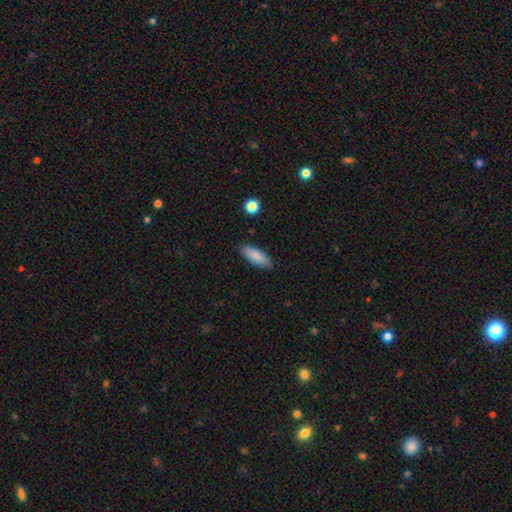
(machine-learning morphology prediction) Overall: smooth (87%). How rounded: in between (70%). Merging: none (86%).